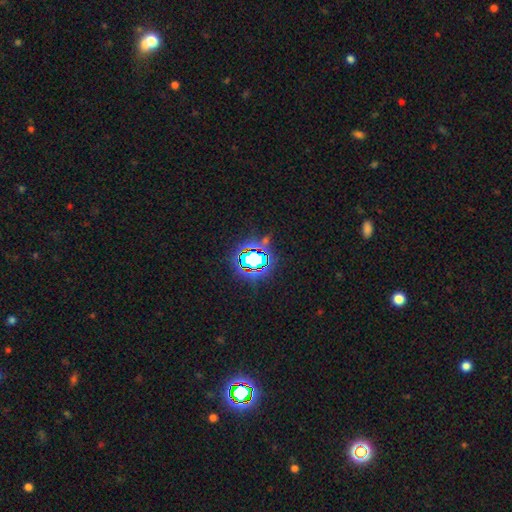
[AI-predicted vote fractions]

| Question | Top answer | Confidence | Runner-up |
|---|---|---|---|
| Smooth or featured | star or artifact | 71% | smooth (17%) |